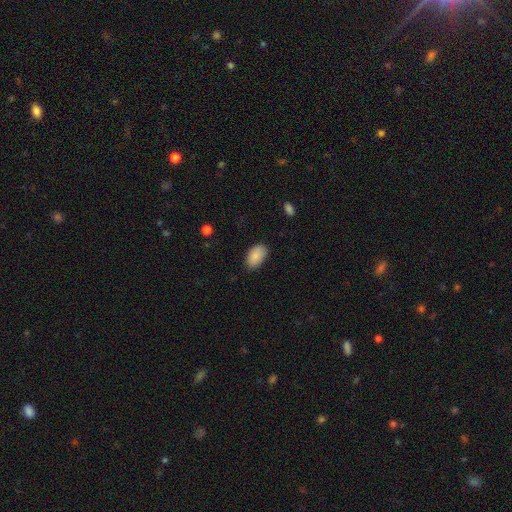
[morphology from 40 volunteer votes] type=smooth (82%); roundness=in between (88%); merging=none (77%).